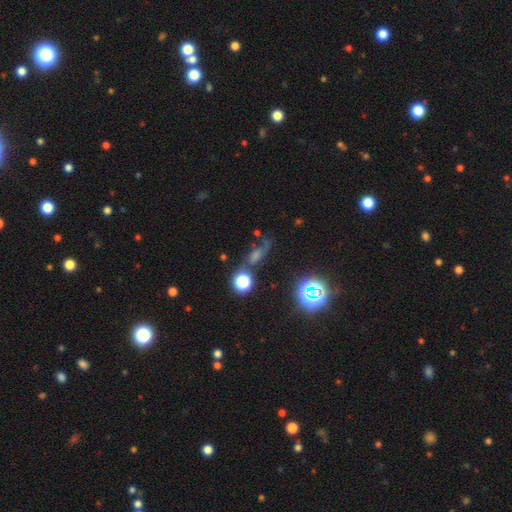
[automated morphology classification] smooth_or_featured: star or artifact (p=0.40) [alt: featured or disk p=0.32]